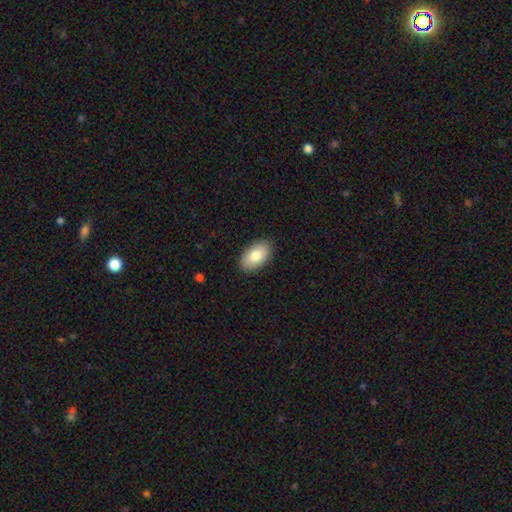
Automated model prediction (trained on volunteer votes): smooth-or-featured: smooth: 82% | featured or disk: 12% | star or artifact: 6%
  how-rounded: in between: 94% | round: 4% | cigar-shaped: 2%
  merging: none: 88% | minor disturbance: 9% | major disturbance: 2% | merger: 1%